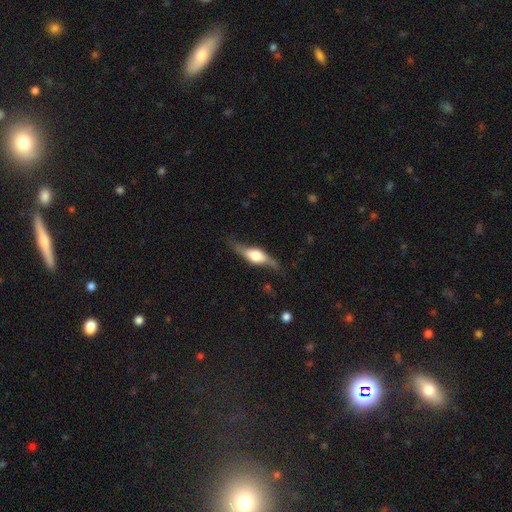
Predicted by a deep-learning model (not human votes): Smooth or featured? Predicted: featured or disk (p=0.69). Edge-on disk? Predicted: yes (p=0.75). Edge-on bulge? Predicted: rounded (p=0.84). Merging? Predicted: none (p=0.66).